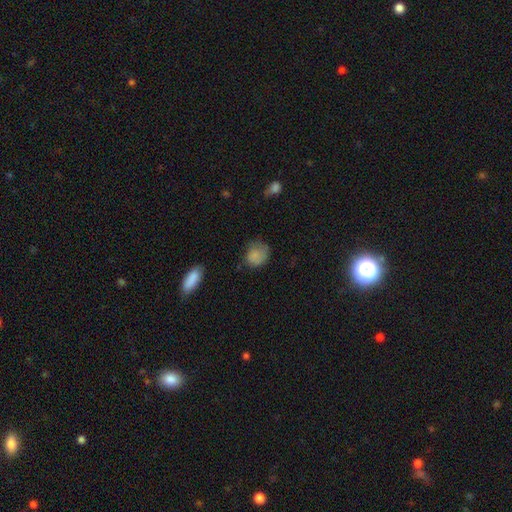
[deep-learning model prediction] smooth_or_featured: smooth (p=0.82) [alt: star or artifact p=0.09]
how_rounded: round (p=0.69) [alt: in between p=0.30]
merging: none (p=0.57) [alt: minor disturbance p=0.30]